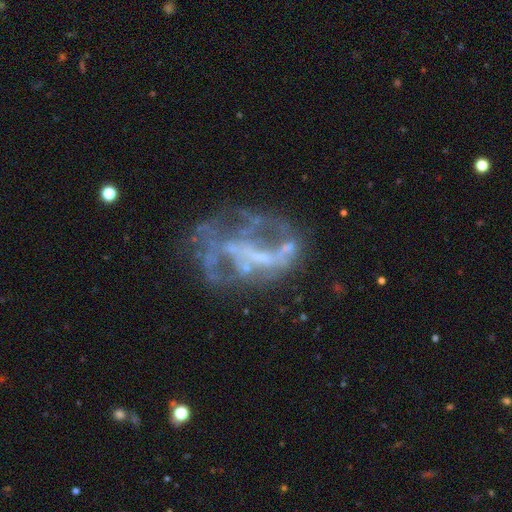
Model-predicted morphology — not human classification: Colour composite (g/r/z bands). It shows a featured or disk galaxy (75%) with no bar (58%), no spiral arms (66%) and no central bulge (65%). Merging: none (40%).